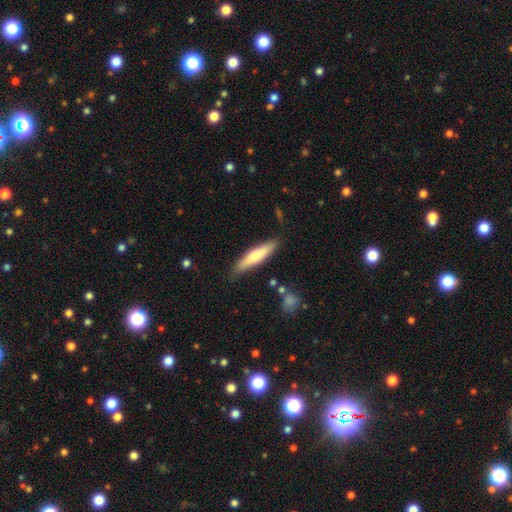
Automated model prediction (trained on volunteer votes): Morphology: type=smooth (62%); roundness=cigar-shaped (81%); merging=none (83%).